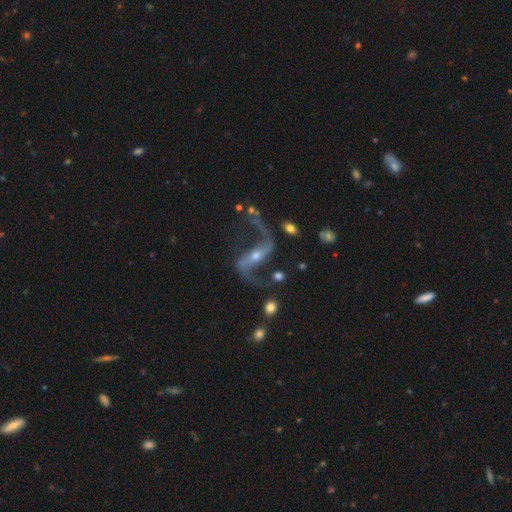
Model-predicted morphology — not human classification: Smooth or featured? featured or disk (91%)
Edge-on disk? no (94%)
Bar? strong (57%)
Spiral arms? yes (97%)
Spiral winding? loose (81%)
Spiral arm count? 2 (94%)
Bulge size? small (54%)
Merging? none (67%)